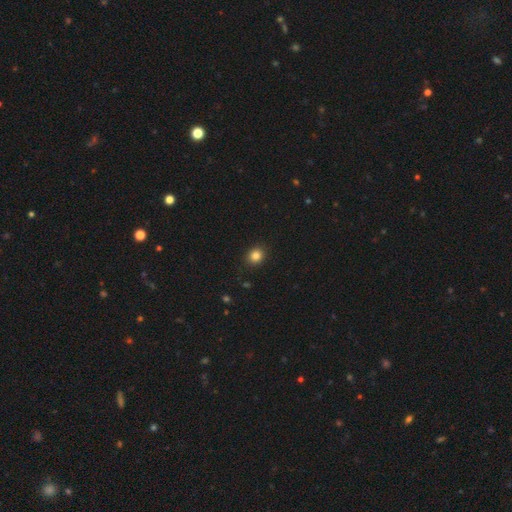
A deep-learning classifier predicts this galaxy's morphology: type=smooth (84%); roundness=round (76%); merging=none (90%).